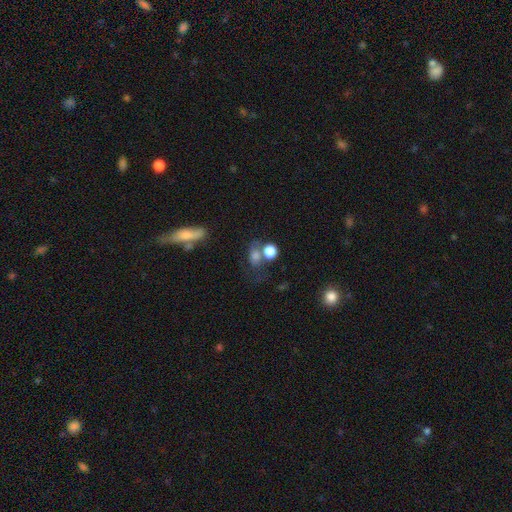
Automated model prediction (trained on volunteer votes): The model was most divided on "how rounded": in between: 50%, round: 46%, cigar-shaped: 4%. Remaining: smooth or featured — smooth (69%); merging — none (45%).